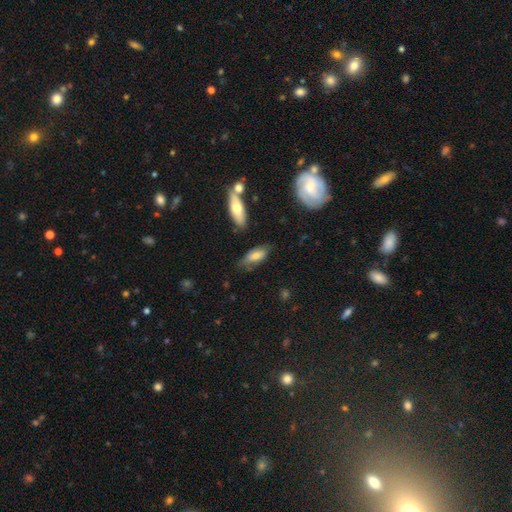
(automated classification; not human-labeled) smooth 68%, featured or disk 24%, star or artifact 7%. Down the decision tree: how rounded — in between (80%); merging — none (57%).